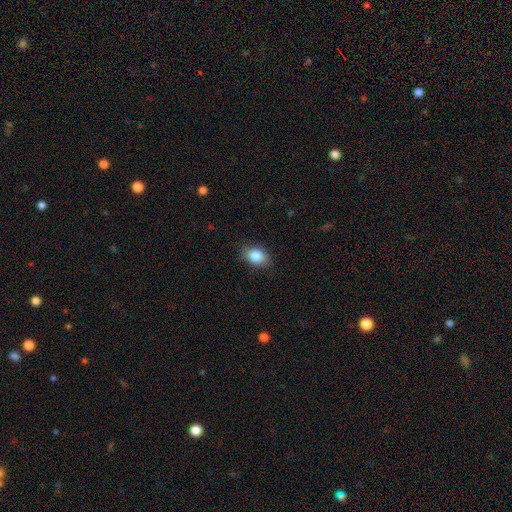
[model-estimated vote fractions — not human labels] smooth-or-featured: smooth: 83% | star or artifact: 9% | featured or disk: 8%
  how-rounded: in between: 74% | round: 25% | cigar-shaped: 1%
  merging: none: 83% | minor disturbance: 13% | major disturbance: 3% | merger: 1%